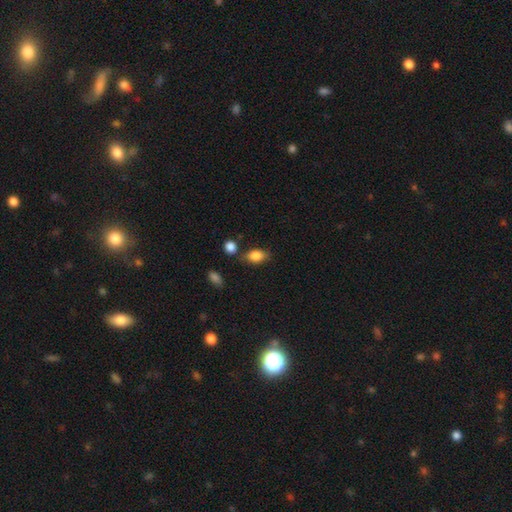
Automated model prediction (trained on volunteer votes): This is clearly a smooth galaxy (83%). How rounded: clearly in between (84%). Merging: likely none (71%).